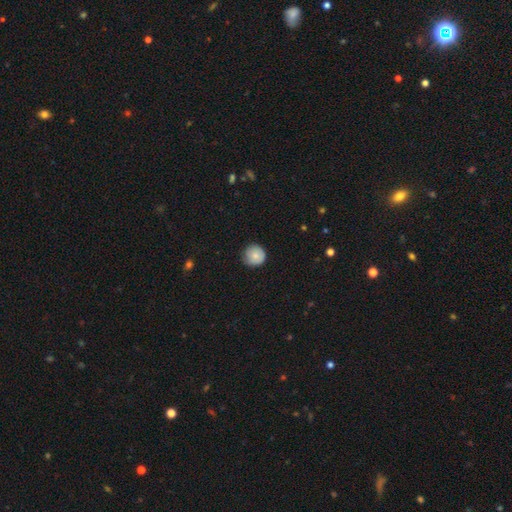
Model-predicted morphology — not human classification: Smooth or featured? smooth (79%)
How rounded? round (93%)
Merging? none (74%)